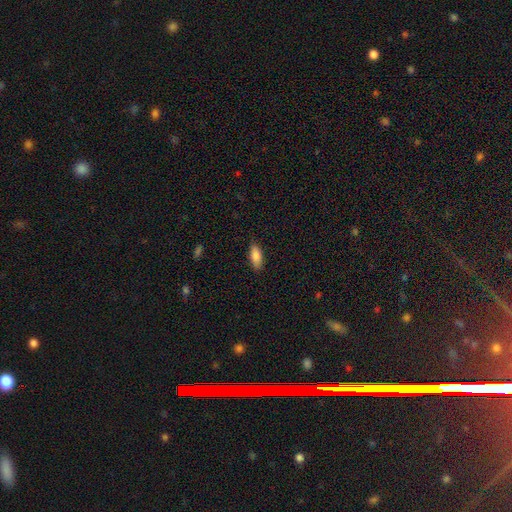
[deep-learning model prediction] A smooth galaxy with no disk features (83%) that is in between round and cigar-shaped (77%). Merging: none (85%).